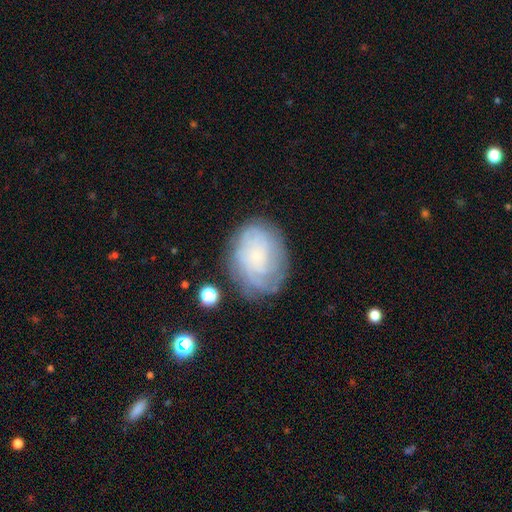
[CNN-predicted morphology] The model was most divided on "smooth or featured": featured or disk: 59%, smooth: 31%, star or artifact: 10%. More confident: edge-on disk — no (97%); spiral arms — yes (84%); bar — no (81%); bulge size — small (78%); merging — none (70%).